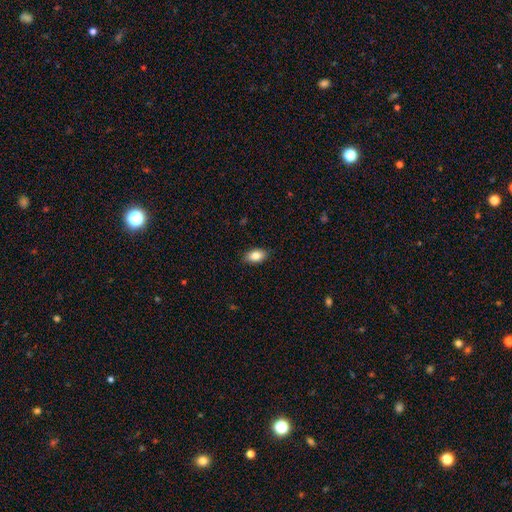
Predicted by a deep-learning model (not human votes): A smooth galaxy with no disk features (85%) that is in between round and cigar-shaped (90%).

Vote fractions:
- Smooth or featured? smooth: 85% / star or artifact: 8% / featured or disk: 8%
- How rounded? in between: 90% / round: 8% / cigar-shaped: 2%
- Merging? none: 88% / minor disturbance: 9% / major disturbance: 2% / merger: 1%